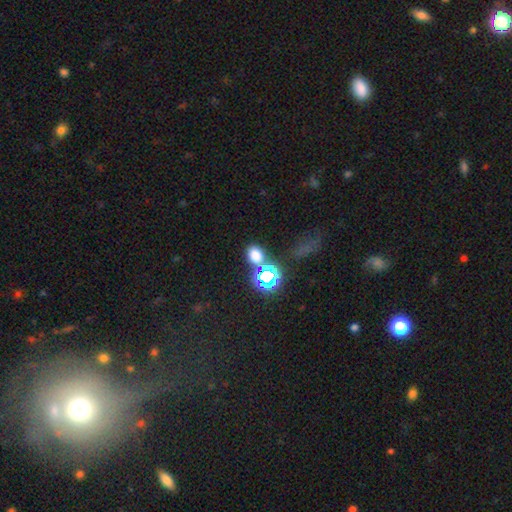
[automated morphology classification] This is likely a smooth galaxy (68%). How rounded: possibly in between (60%). Merging: likely none (71%).